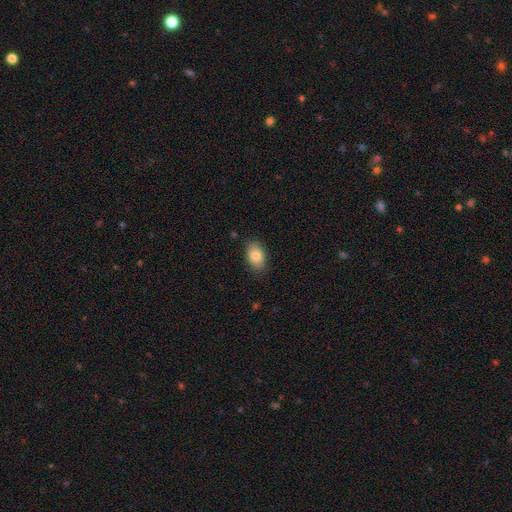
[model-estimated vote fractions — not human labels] smooth 83%, featured or disk 9%, star or artifact 7%. Down the decision tree: how rounded — in between (88%); merging — none (85%).